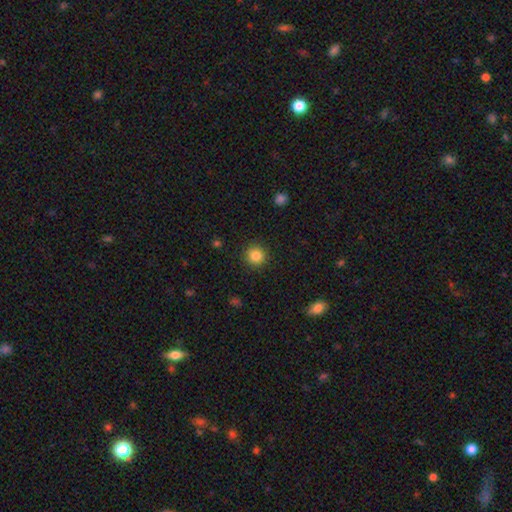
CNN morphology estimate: The model was most divided on "smooth or featured": smooth: 84%, star or artifact: 11%, featured or disk: 5%. More confident: how rounded — round (94%); merging — none (91%).